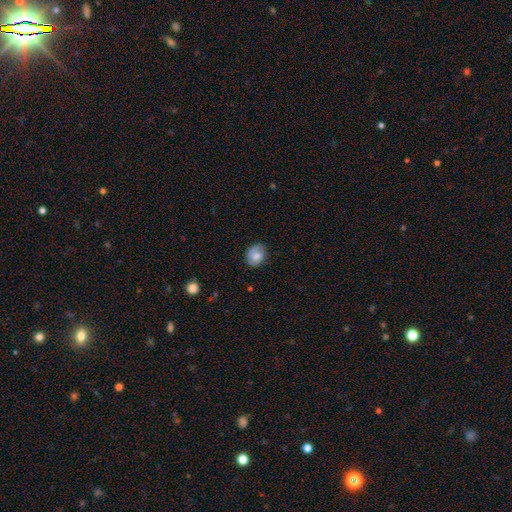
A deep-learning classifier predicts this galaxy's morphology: Smooth or featured?
  - smooth: 64% *
  - featured or disk: 28%
  - star or artifact: 8%
How rounded?
  - round: 50% *
  - in between: 49%
  - cigar-shaped: 1%
Merging?
  - none: 69% *
  - minor disturbance: 23%
  - major disturbance: 7%
  - merger: 1%